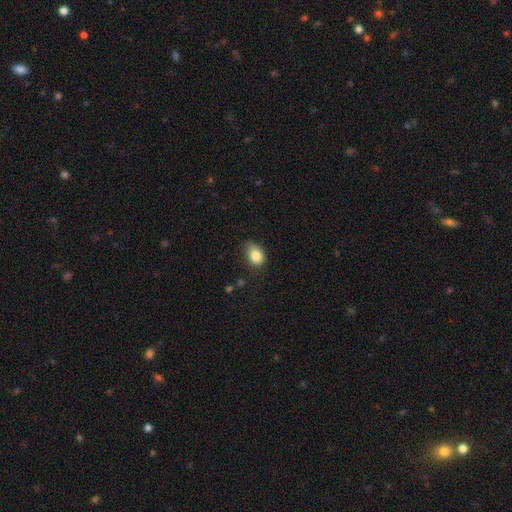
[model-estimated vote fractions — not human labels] A smooth galaxy with no disk features (84%) that is in between round and cigar-shaped (73%).

Vote fractions:
- Smooth or featured? smooth: 84% / star or artifact: 9% / featured or disk: 7%
- How rounded? in between: 73% / round: 26% / cigar-shaped: 1%
- Merging? none: 60% / minor disturbance: 31% / major disturbance: 7% / merger: 2%